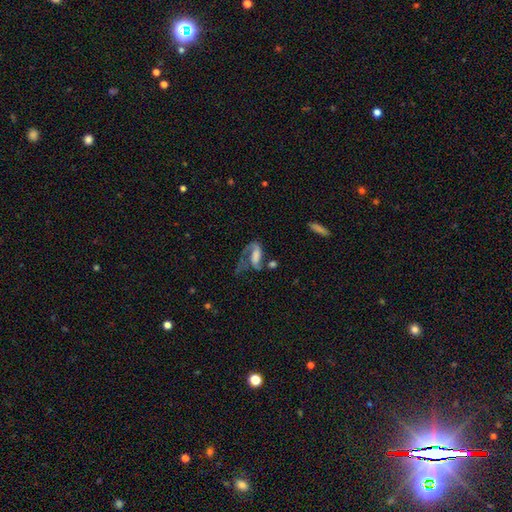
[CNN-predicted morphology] Smooth or featured: featured or disk — 56% (smooth — 34%)
Edge-on disk: no — 94% (yes — 6%)
Bar: no — 46% (weak — 31%)
Spiral arms: yes — 76% (no — 24%)
Bulge size: none — 36% (large — 24%)
Merging: major disturbance — 50% (none — 24%)